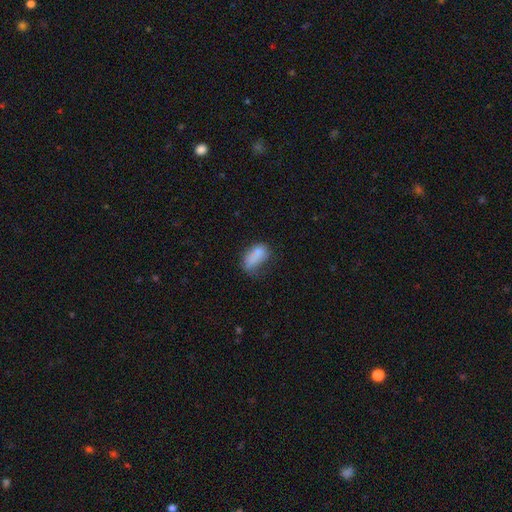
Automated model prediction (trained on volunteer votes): Morphology: type=smooth (76%); roundness=in between (89%); merging=none (35%).